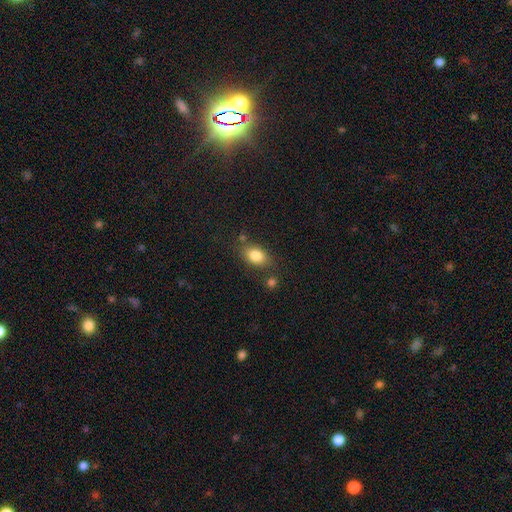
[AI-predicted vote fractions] A smooth galaxy with no disk features (83%) that is in between round and cigar-shaped (81%).

Vote fractions:
- Smooth or featured? smooth: 83% / star or artifact: 9% / featured or disk: 8%
- How rounded? in between: 81% / round: 17% / cigar-shaped: 2%
- Merging? none: 71% / minor disturbance: 16% / merger: 9% / major disturbance: 5%